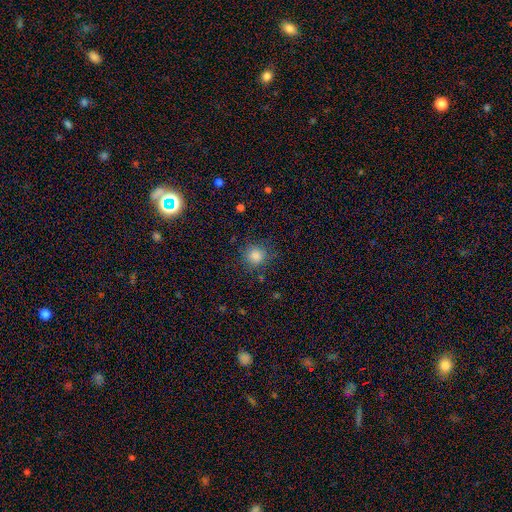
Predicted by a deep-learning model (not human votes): smooth-or-featured: smooth: 83% | star or artifact: 13% | featured or disk: 4%
  how-rounded: round: 91% | in between: 9% | cigar-shaped: 1%
  merging: none: 84% | minor disturbance: 11% | major disturbance: 4% | merger: 2%